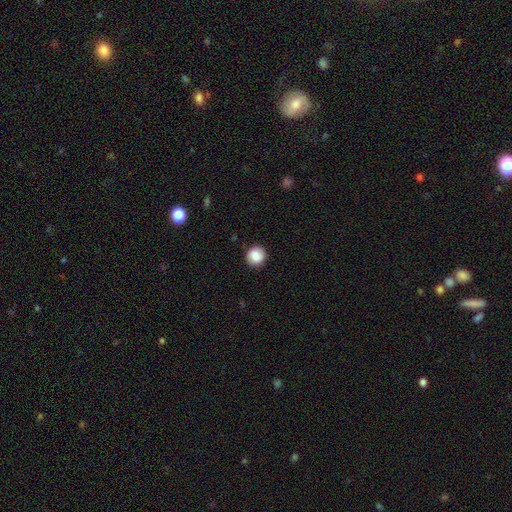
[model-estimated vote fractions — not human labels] smooth_or_featured: smooth (p=0.86) [alt: star or artifact p=0.08]
how_rounded: round (p=0.91) [alt: in between p=0.08]
merging: none (p=0.89) [alt: minor disturbance p=0.08]